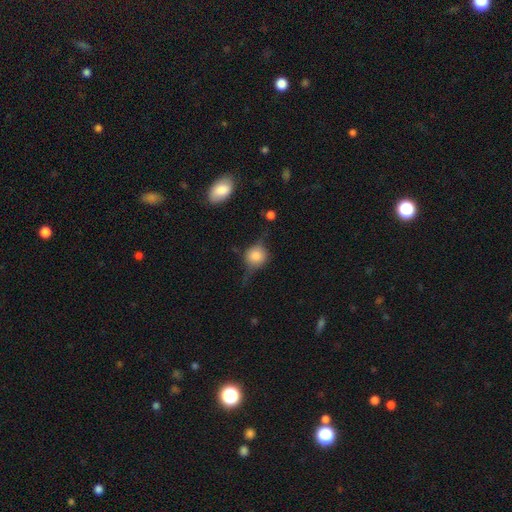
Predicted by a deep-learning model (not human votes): Q: Smooth or featured?
A: smooth (59%); runner-up: featured or disk (31%)
Q: How rounded?
A: round (80%); runner-up: in between (18%)
Q: Merging?
A: none (56%); runner-up: minor disturbance (26%)